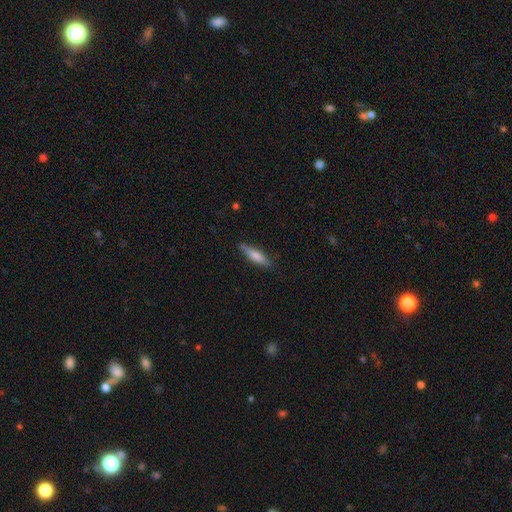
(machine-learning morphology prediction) type=smooth (71%); roundness=cigar-shaped (75%); merging=none (81%).